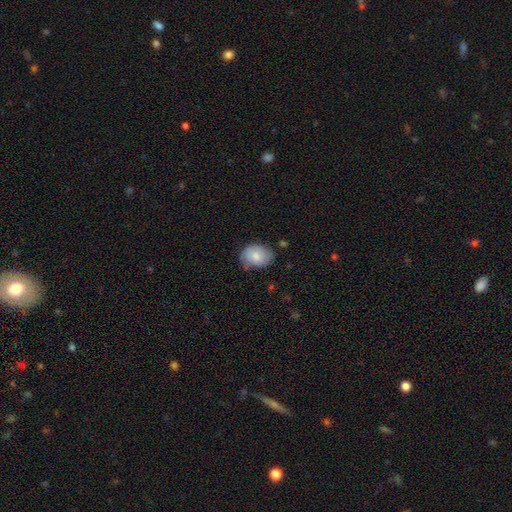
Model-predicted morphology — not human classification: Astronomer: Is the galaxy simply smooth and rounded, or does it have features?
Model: smooth — 78%.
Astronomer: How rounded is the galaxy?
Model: in between — 71%.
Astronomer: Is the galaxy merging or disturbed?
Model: none — 63%.